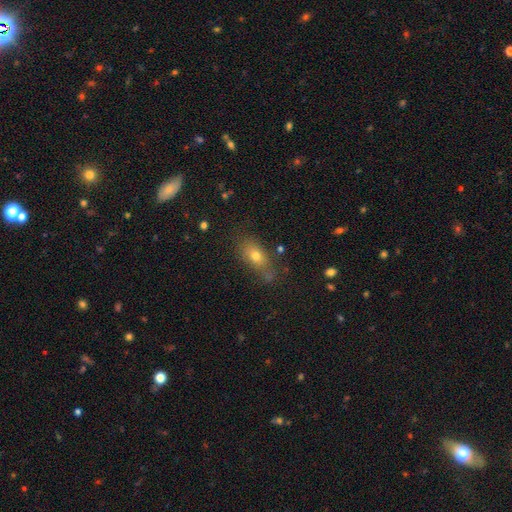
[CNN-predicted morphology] This appears to be a smooth galaxy with no disk features (71%) that is in between round and cigar-shaped (77%). Merging: none (68%).